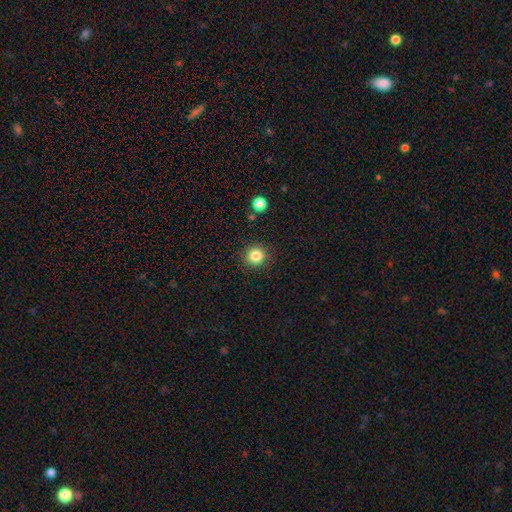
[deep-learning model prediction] smooth_or_featured: smooth (p=0.83) [alt: star or artifact p=0.12]
how_rounded: round (p=0.92) [alt: in between p=0.07]
merging: none (p=0.90) [alt: minor disturbance p=0.07]